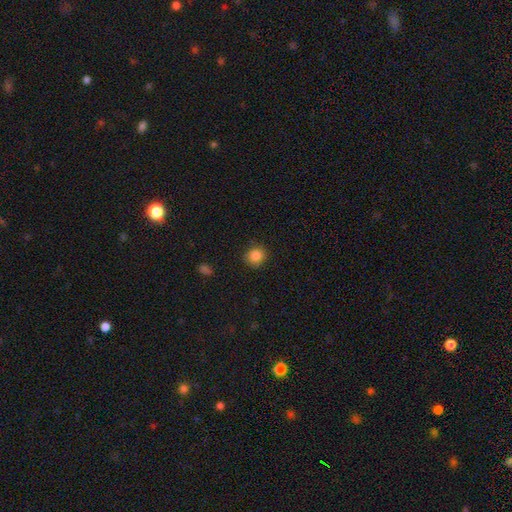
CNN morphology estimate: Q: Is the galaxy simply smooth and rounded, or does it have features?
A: smooth — 85%.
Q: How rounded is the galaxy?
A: round — 88%.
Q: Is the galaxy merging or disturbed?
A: none — 86%.